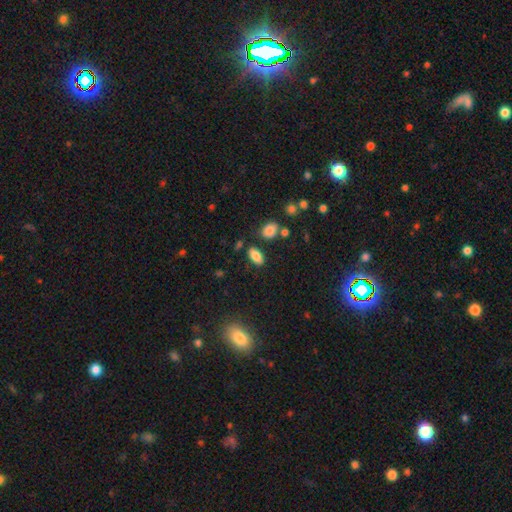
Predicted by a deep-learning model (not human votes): smooth-or-featured: smooth: 84% | star or artifact: 10% | featured or disk: 7%
  how-rounded: in between: 90% | cigar-shaped: 6% | round: 4%
  merging: none: 82% | minor disturbance: 10% | merger: 5% | major disturbance: 3%